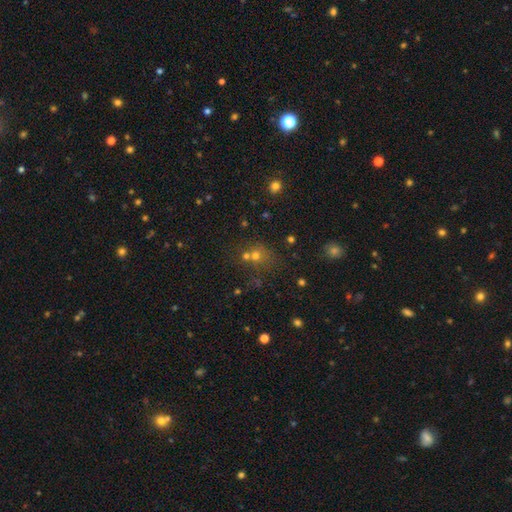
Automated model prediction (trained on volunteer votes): smooth_or_featured: smooth (p=0.59) [alt: star or artifact p=0.29]
how_rounded: round (p=0.80) [alt: in between p=0.19]
merging: none (p=0.50) [alt: merger p=0.35]